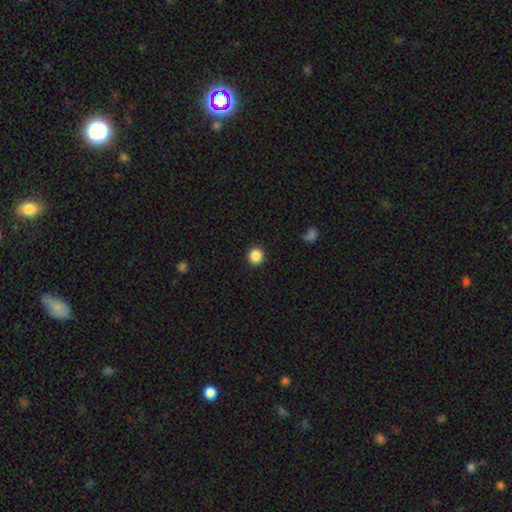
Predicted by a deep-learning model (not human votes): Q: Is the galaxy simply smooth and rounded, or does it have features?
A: smooth — 87%.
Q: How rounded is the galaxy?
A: round — 93%.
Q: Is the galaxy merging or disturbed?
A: none — 92%.